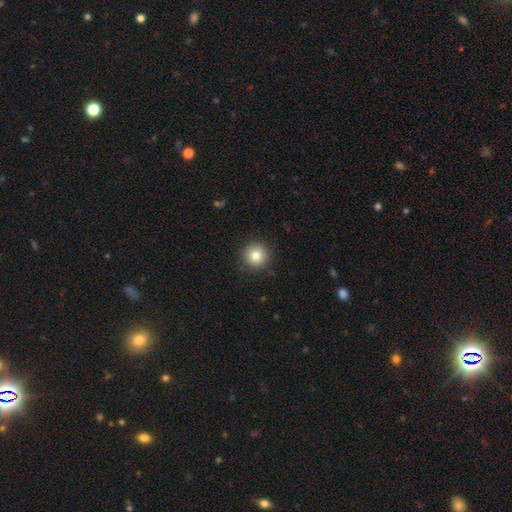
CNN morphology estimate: smooth-or-featured: smooth: 81% | star or artifact: 11% | featured or disk: 9%
  how-rounded: round: 96% | in between: 3% | cigar-shaped: 1%
  merging: none: 91% | minor disturbance: 6% | major disturbance: 2% | merger: 1%